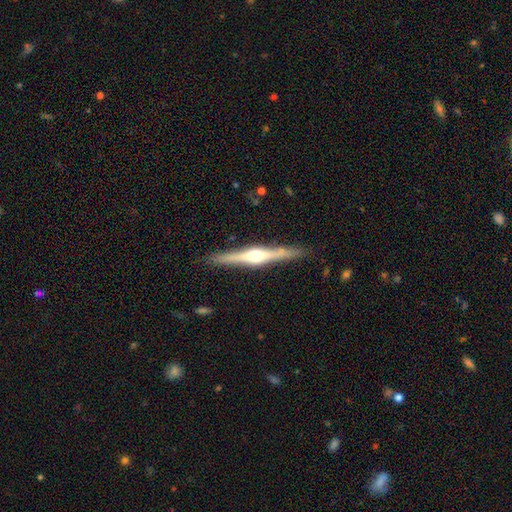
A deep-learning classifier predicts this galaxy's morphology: Smooth or featured? featured or disk (77%)
Edge-on disk? yes (98%)
Edge-on bulge? rounded (92%)
Merging? none (89%)